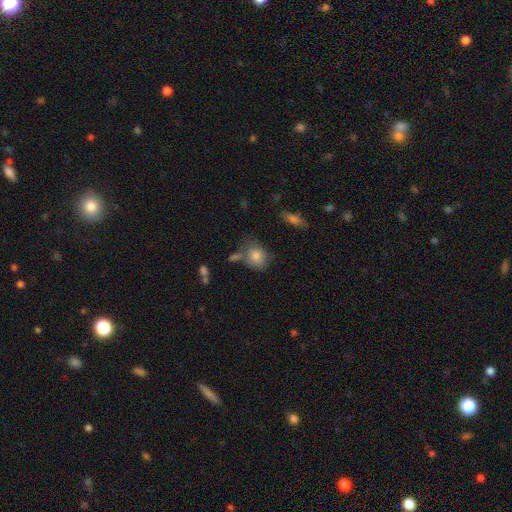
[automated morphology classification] smooth_or_featured: smooth (p=0.81) [alt: featured or disk p=0.11]
how_rounded: round (p=0.53) [alt: in between p=0.45]
merging: none (p=0.57) [alt: minor disturbance p=0.22]